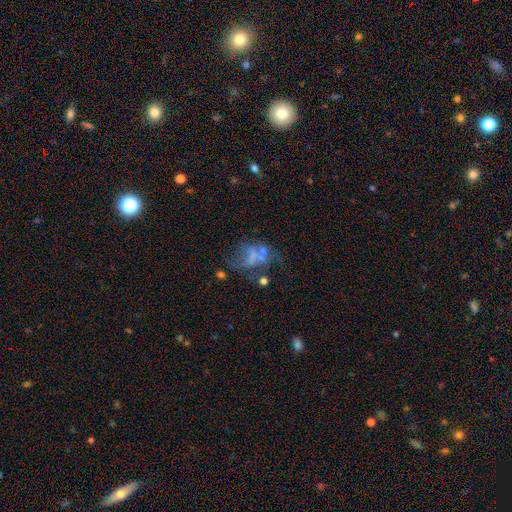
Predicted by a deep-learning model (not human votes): A featured or disk galaxy (49%).

Vote fractions:
- Smooth or featured? featured or disk: 49% / smooth: 30% / star or artifact: 21%
- Merging? major disturbance: 38% / none: 30% / minor disturbance: 17% / merger: 15%